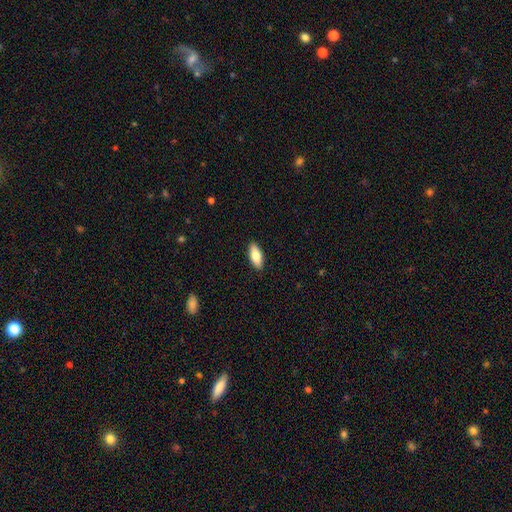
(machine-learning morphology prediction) type=smooth (80%); roundness=in between (78%); merging=none (90%).